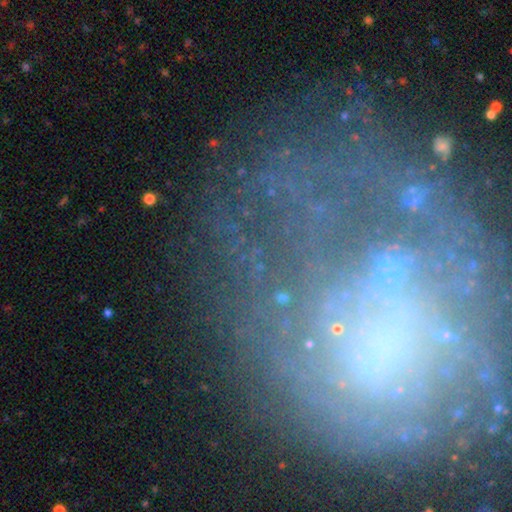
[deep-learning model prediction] The model was most divided on "spiral arms": no: 53%, yes: 47%. Remaining: edge-on disk — no (95%); bar — no (77%); merging — none (60%); smooth or featured — featured or disk (58%); bulge size — none (48%).